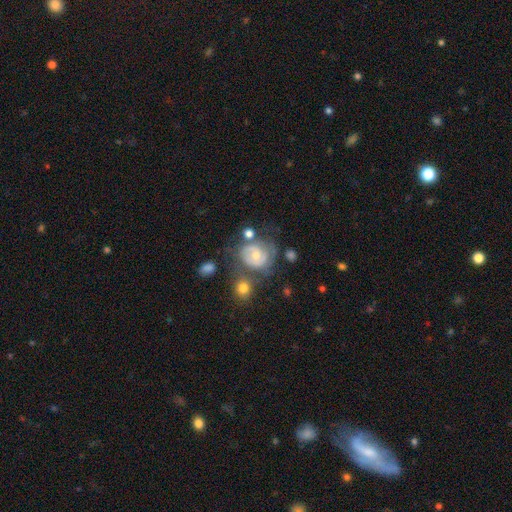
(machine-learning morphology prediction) A featured or disk galaxy (66%) with no bar (72%), 2 (45%) tight (59%) spiral arms (79%) and a moderate central bulge (54%).

Vote fractions:
- Smooth or featured? featured or disk: 66% / smooth: 26% / star or artifact: 8%
- Edge-on disk? no: 97% / yes: 3%
- Bar? no: 72% / weak: 24% / strong: 5%
- Spiral arms? yes: 79% / no: 21%
- Spiral winding? tight: 59% / medium: 31% / loose: 10%
- Spiral arm count? 2: 45% / can't tell: 33% / 3: 9% / 1: 8% / 4: 2% / more than 4: 2%
- Bulge size? moderate: 54% / small: 40% / large: 3% / none: 2% / dominant: 1%
- Merging? none: 48% / minor disturbance: 22% / major disturbance: 17% / merger: 13%